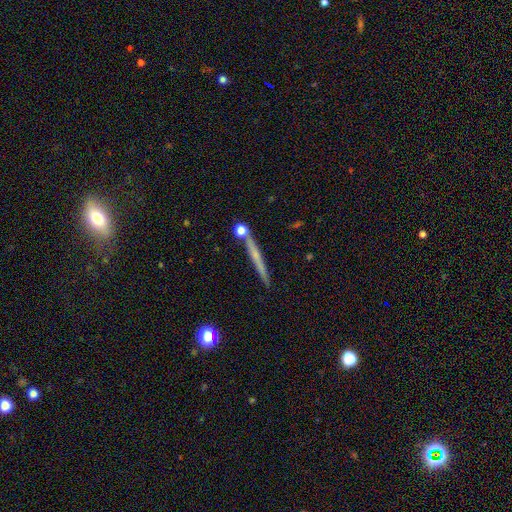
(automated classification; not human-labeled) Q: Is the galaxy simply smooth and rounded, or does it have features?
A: featured or disk — 49%.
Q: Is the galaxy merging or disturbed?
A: none — 81%.